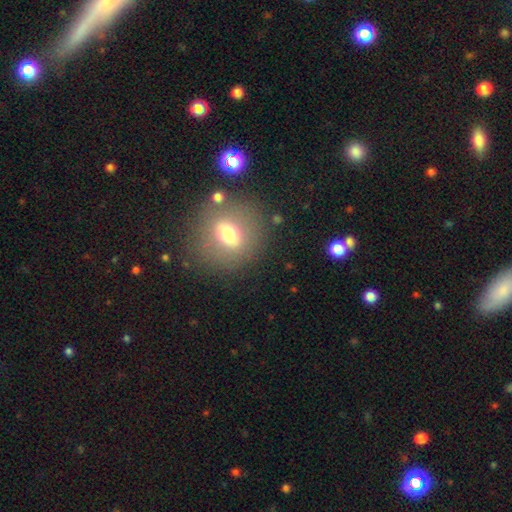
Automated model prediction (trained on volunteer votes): smooth_or_featured: smooth (p=0.52) [alt: star or artifact p=0.28]
how_rounded: round (p=0.83) [alt: in between p=0.15]
merging: none (p=0.84) [alt: minor disturbance p=0.09]